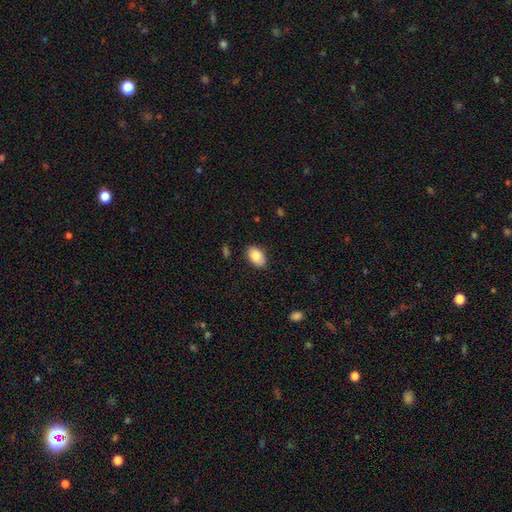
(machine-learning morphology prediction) This appears to be a smooth galaxy with no disk features (86%) that is in between round and cigar-shaped (91%). Merging: none (85%).